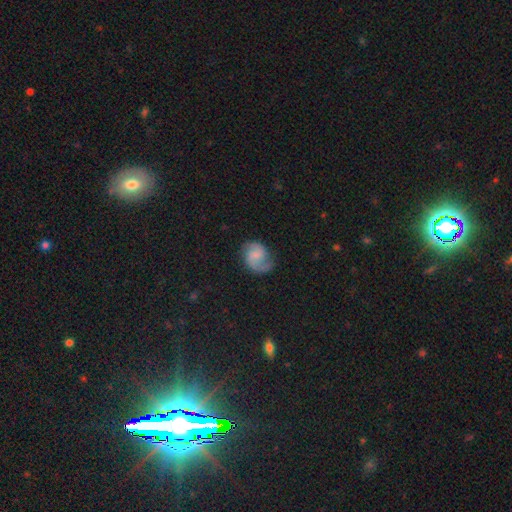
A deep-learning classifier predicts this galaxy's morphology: Smooth or featured: featured or disk — 68% (smooth — 25%)
Edge-on disk: no — 98% (yes — 2%)
Bar: no — 52% (weak — 41%)
Spiral arms: yes — 94% (no — 6%)
Spiral winding: medium — 48% (loose — 33%)
Spiral arm count: 2 — 78% (1 — 14%)
Bulge size: small — 36% (none — 34%)
Merging: none — 65% (minor disturbance — 21%)